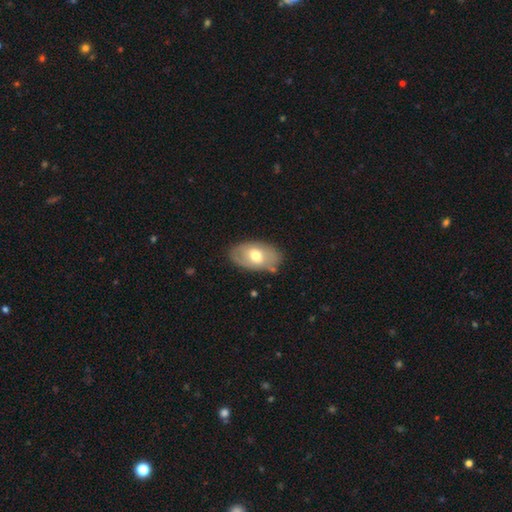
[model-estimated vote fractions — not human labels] smooth_or_featured: smooth (p=0.58) [alt: featured or disk p=0.36]
how_rounded: in between (p=0.91) [alt: round p=0.08]
merging: none (p=0.73) [alt: minor disturbance p=0.19]